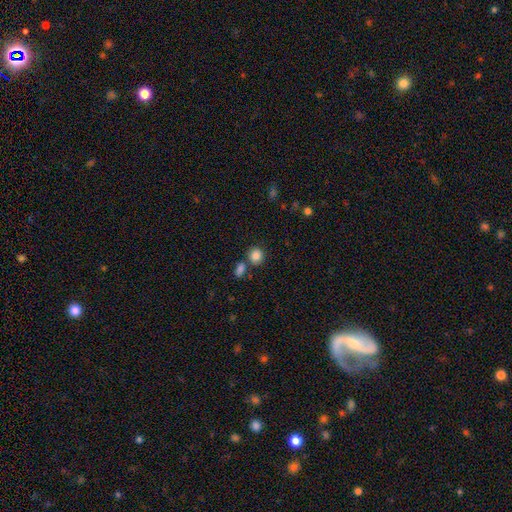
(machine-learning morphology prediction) smooth_or_featured: smooth (p=0.85) [alt: star or artifact p=0.10]
how_rounded: round (p=0.85) [alt: in between p=0.14]
merging: none (p=0.71) [alt: merger p=0.17]